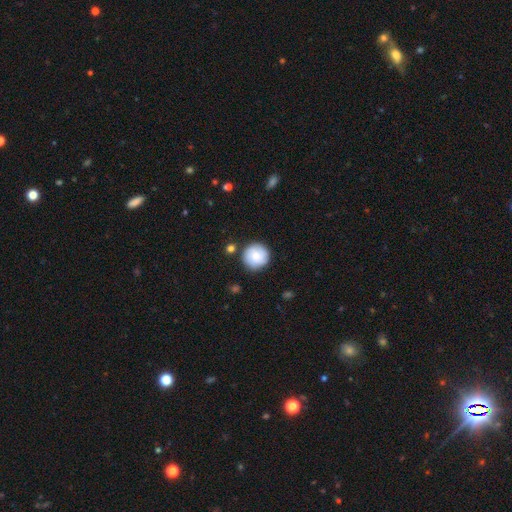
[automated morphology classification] Q: Smooth or featured?
A: smooth (75%); runner-up: featured or disk (17%)
Q: How rounded?
A: round (95%); runner-up: in between (5%)
Q: Merging?
A: none (83%); runner-up: minor disturbance (11%)